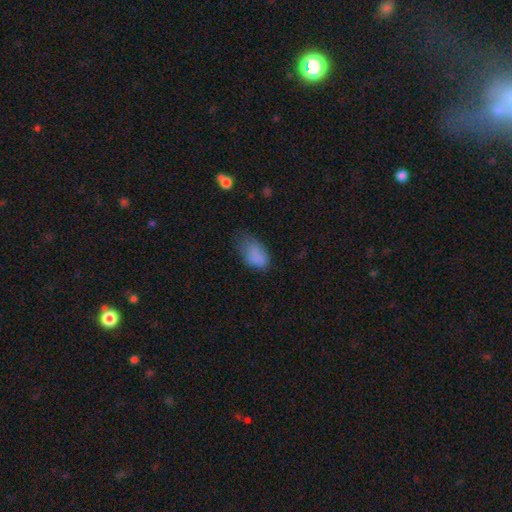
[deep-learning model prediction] smooth 81%, star or artifact 10%, featured or disk 9%. Down the decision tree: how rounded — in between (92%); merging — none (42%).